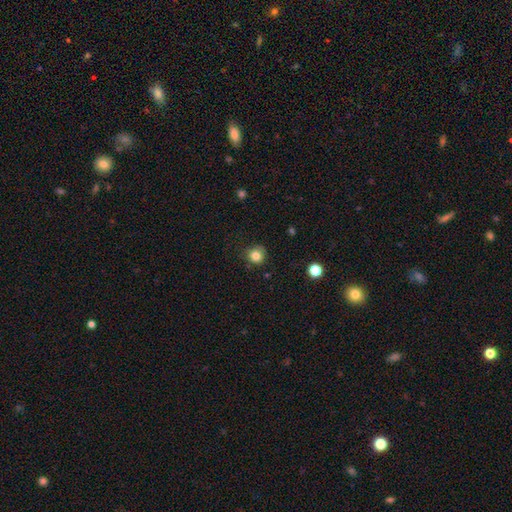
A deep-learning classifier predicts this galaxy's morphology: smooth 82%, star or artifact 12%, featured or disk 6%. Down the decision tree: how rounded — round (87%); merging — none (73%).